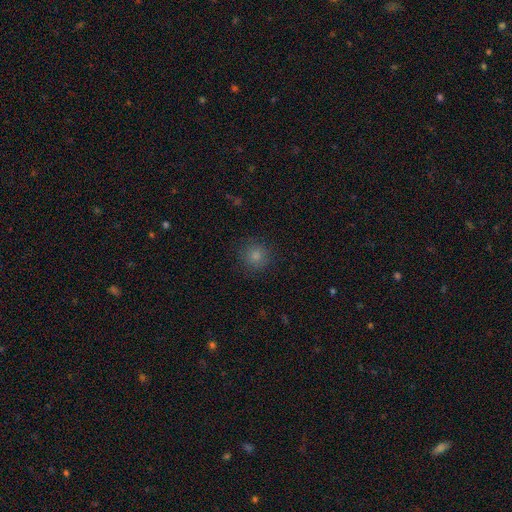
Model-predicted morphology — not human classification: Smooth or featured? Predicted: smooth (p=0.82). How rounded? Predicted: round (p=0.93). Merging? Predicted: none (p=0.88).